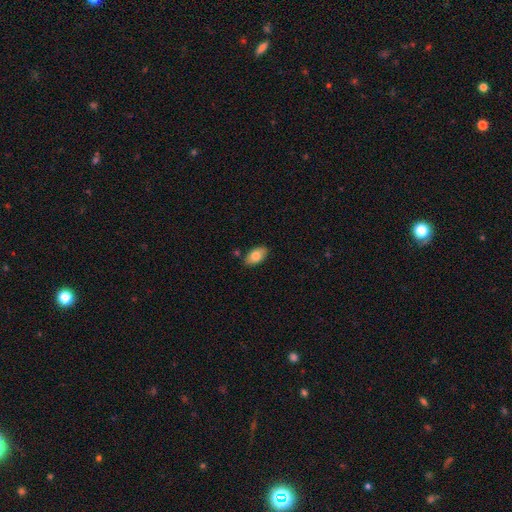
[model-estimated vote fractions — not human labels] This is likely a smooth galaxy (80%). How rounded: clearly in between (94%). Merging: clearly none (85%).